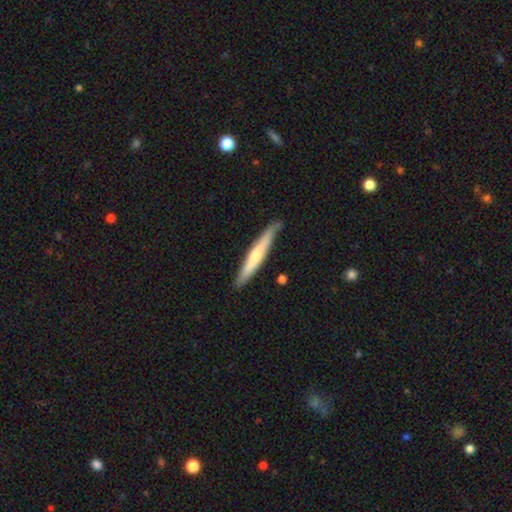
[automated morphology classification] Smooth or featured? Predicted: smooth (p=0.56). How rounded? Predicted: cigar-shaped (p=0.95). Merging? Predicted: none (p=0.83).